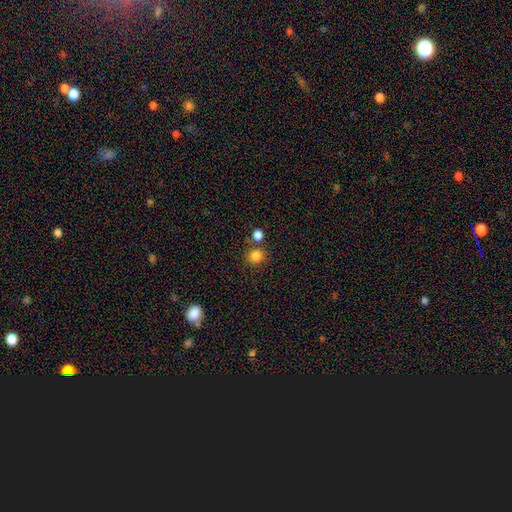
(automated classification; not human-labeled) The model was most divided on "merging": none: 74%, merger: 15%, minor disturbance: 9%, major disturbance: 3%. More confident: how rounded — round (87%); smooth or featured — smooth (83%).